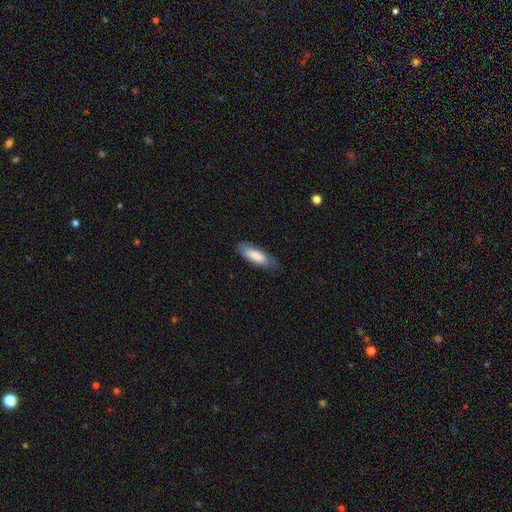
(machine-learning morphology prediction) smooth_or_featured: smooth (p=0.80) [alt: featured or disk p=0.14]
how_rounded: in between (p=0.59) [alt: cigar-shaped p=0.39]
merging: none (p=0.78) [alt: minor disturbance p=0.17]